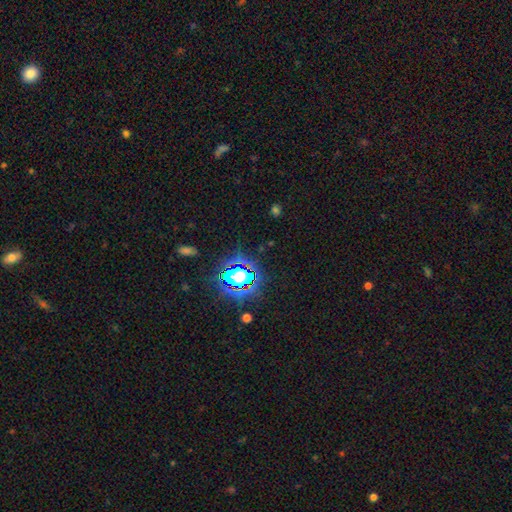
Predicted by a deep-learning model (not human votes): smooth_or_featured: star or artifact (p=0.80) [alt: smooth p=0.13]